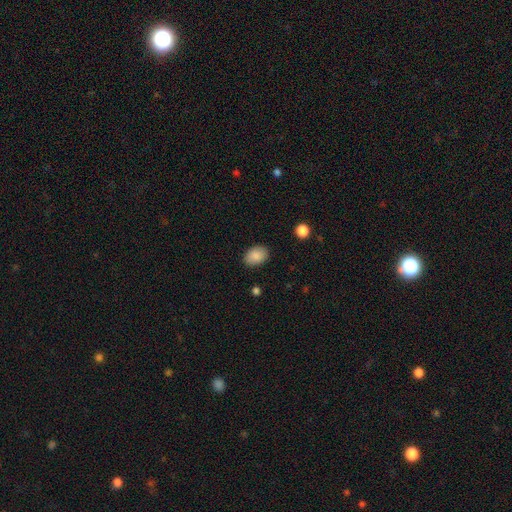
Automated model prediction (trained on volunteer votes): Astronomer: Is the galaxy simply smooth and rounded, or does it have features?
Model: smooth — 88%.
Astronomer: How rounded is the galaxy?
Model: in between — 82%.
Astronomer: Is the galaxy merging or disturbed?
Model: none — 85%.